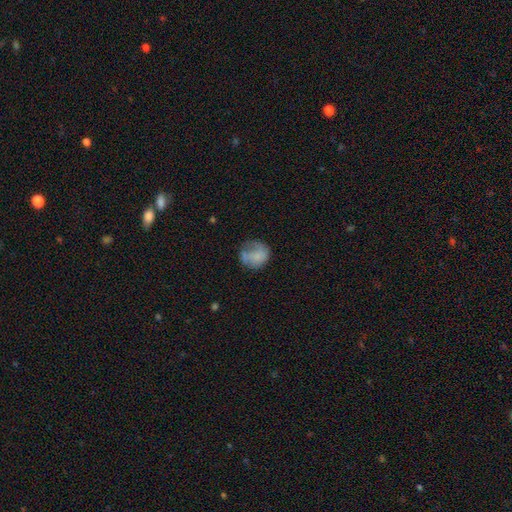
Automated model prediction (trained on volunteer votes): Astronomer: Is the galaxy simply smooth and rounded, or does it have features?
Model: smooth — 66%.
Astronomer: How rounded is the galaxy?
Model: round — 73%.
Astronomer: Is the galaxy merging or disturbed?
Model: none — 47% (runner-up: minor disturbance, 28%).